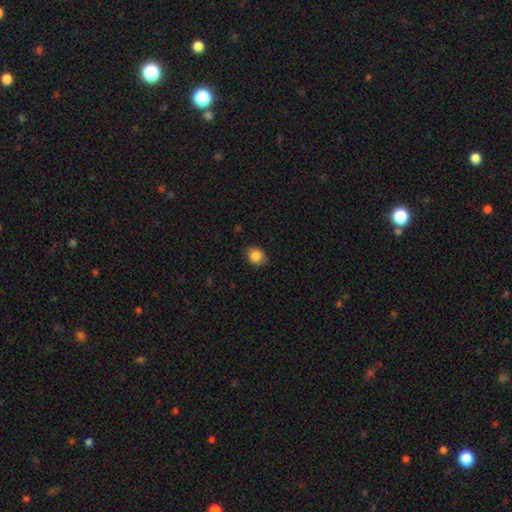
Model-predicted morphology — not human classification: smooth_or_featured: smooth (p=0.86) [alt: star or artifact p=0.09]
how_rounded: round (p=0.62) [alt: in between p=0.37]
merging: none (p=0.84) [alt: minor disturbance p=0.13]